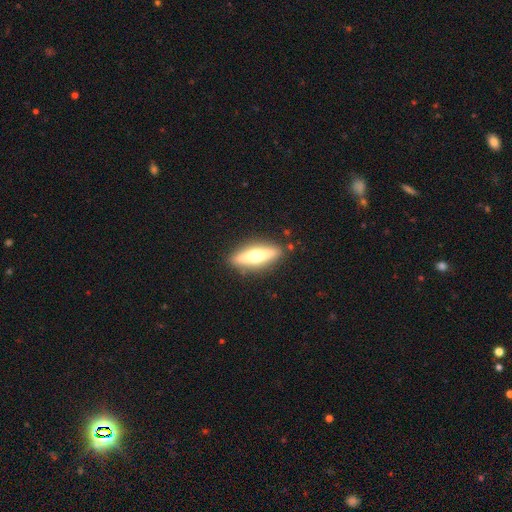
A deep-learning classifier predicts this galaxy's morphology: Smooth or featured? featured or disk (61%)
Edge-on disk? yes (92%)
Edge-on bulge? rounded (95%)
Merging? none (88%)